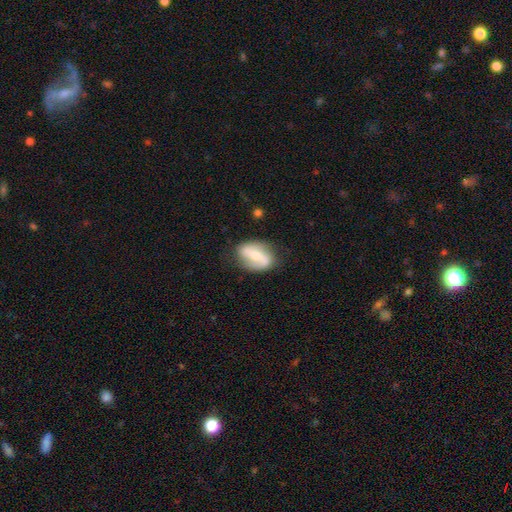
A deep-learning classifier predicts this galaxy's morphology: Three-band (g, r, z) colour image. It shows a featured or disk galaxy (70%) with a strong bar (40%), 2 (88%) loose (54%) spiral arms (84%) and a moderate central bulge (52%). Merging: none (76%).